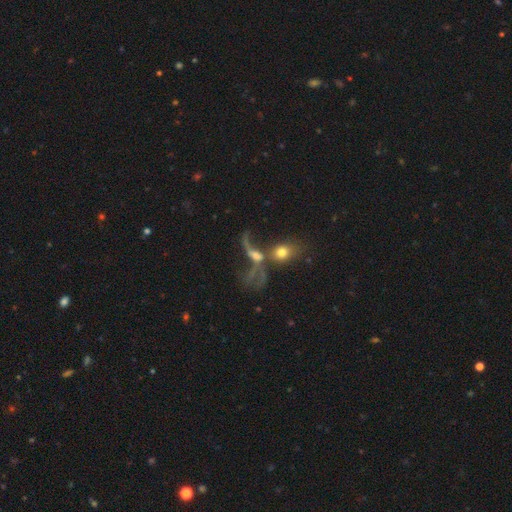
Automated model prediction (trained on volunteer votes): Overall: featured or disk (58%; smooth 29%). Edge-on disk: no (90%). Bar: no (62%; weak 27%). Spiral arms: yes (63%; no 37%). Bulge size: moderate (40%; small 31%). Merging: merger (54%; major disturbance 23%).